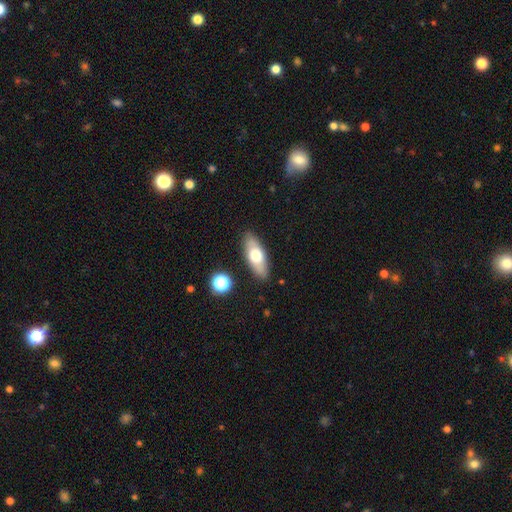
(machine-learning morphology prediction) Smooth or featured? smooth (61%)
How rounded? in between (72%)
Merging? none (86%)